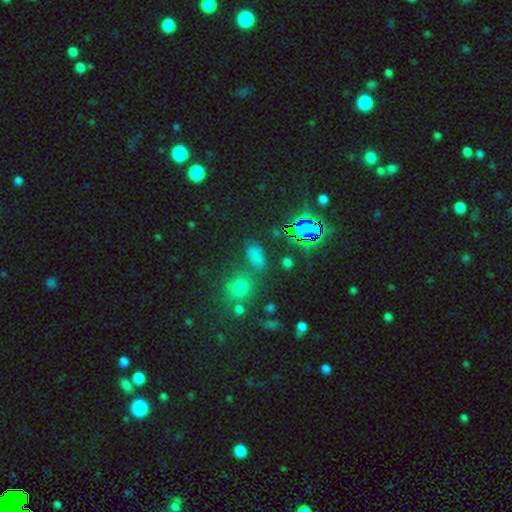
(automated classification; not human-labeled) Overall: smooth (52%; star or artifact 39%). How rounded: in between (75%). Merging: none (63%).